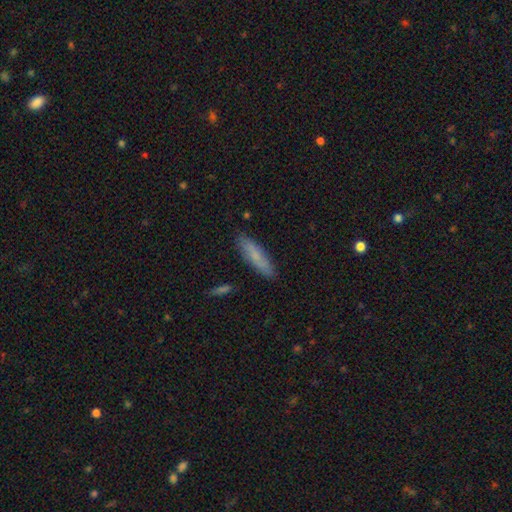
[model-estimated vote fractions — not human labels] Q: Smooth or featured?
A: smooth (73%); runner-up: featured or disk (21%)
Q: How rounded?
A: cigar-shaped (75%); runner-up: in between (24%)
Q: Merging?
A: none (86%); runner-up: minor disturbance (10%)